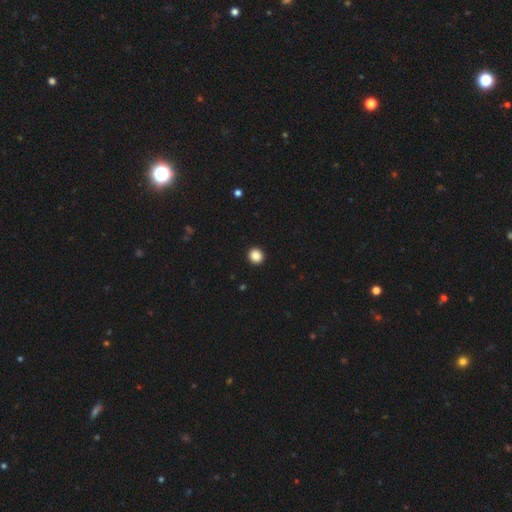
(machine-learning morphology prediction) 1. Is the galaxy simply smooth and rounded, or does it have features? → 87% smooth, 10% star or artifact, 3% featured or disk.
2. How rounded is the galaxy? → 92% round, 7% in between, 1% cigar-shaped.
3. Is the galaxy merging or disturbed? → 94% none, 4% minor disturbance, 1% major disturbance, 1% merger.